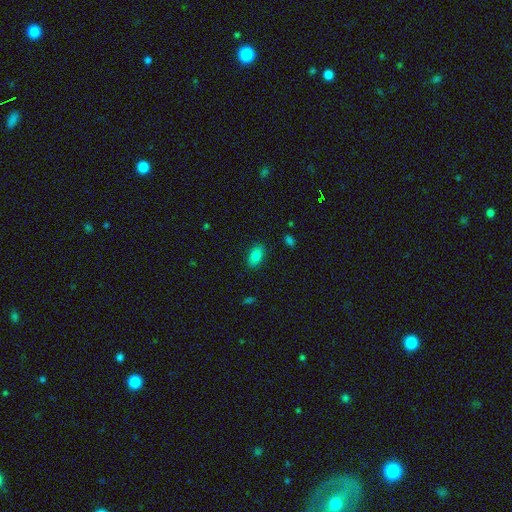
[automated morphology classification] Smooth or featured? smooth (86%)
How rounded? in between (91%)
Merging? none (87%)